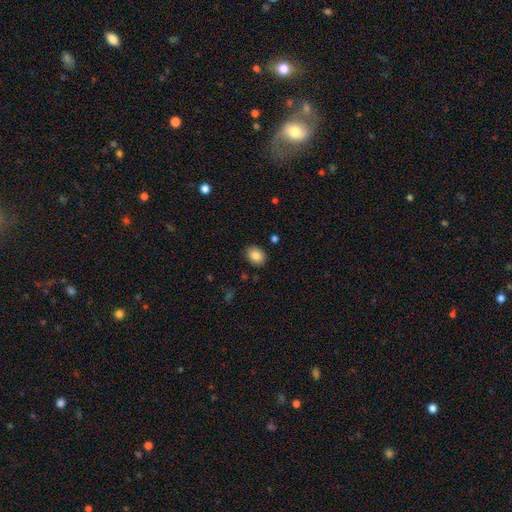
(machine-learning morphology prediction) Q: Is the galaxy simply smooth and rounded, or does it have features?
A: smooth — 83%.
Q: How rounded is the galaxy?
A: in between — 60%.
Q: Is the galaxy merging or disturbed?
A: none — 87%.